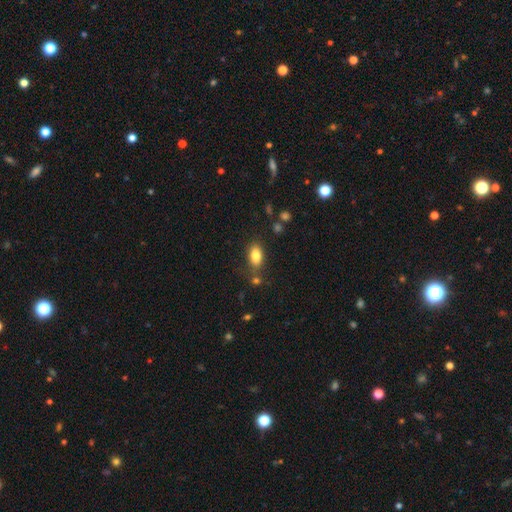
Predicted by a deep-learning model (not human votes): Smooth or featured? Predicted: smooth (p=0.83). How rounded? Predicted: in between (p=0.88). Merging? Predicted: none (p=0.75).